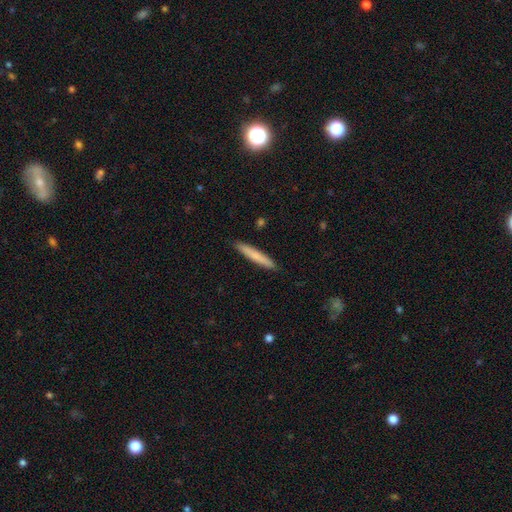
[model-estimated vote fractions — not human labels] smooth-or-featured: smooth: 72% | featured or disk: 23% | star or artifact: 5%
  how-rounded: cigar-shaped: 95% | in between: 4% | round: 1%
  merging: none: 91% | minor disturbance: 7% | major disturbance: 1% | merger: 1%